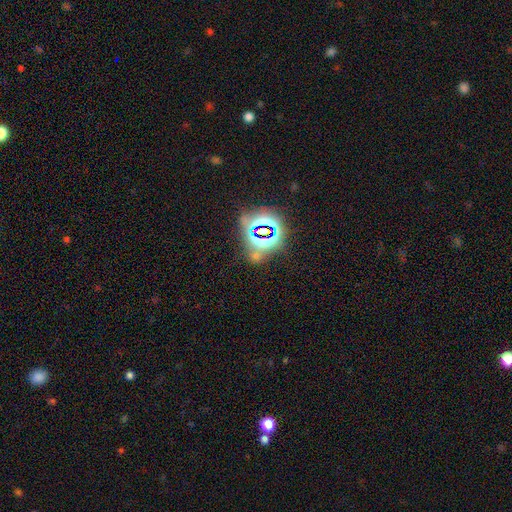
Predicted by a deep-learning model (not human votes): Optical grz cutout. It shows a star or artifact, not a galaxy (68%).